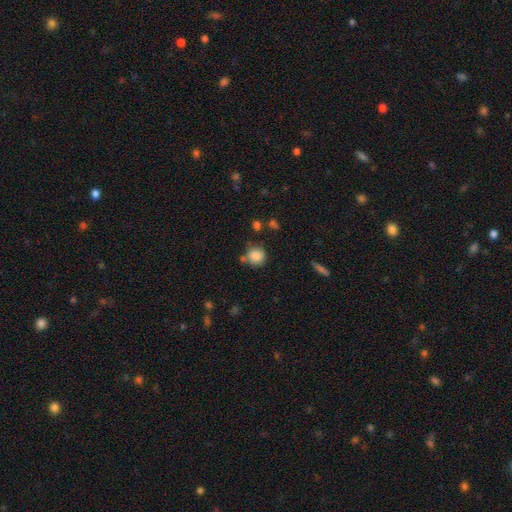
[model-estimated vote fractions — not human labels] A smooth galaxy with no disk features (85%) that is round (86%). Merging: none (69%).